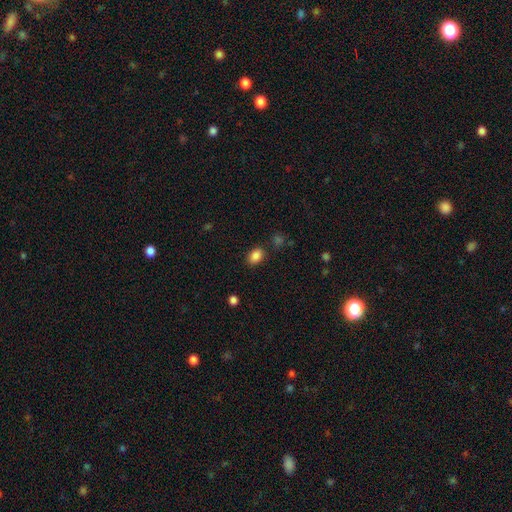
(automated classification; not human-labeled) smooth_or_featured: smooth (p=0.86) [alt: star or artifact p=0.10]
how_rounded: in between (p=0.77) [alt: round p=0.22]
merging: none (p=0.82) [alt: minor disturbance p=0.11]